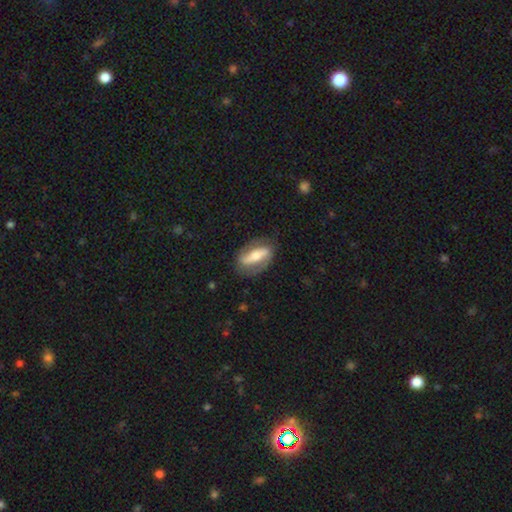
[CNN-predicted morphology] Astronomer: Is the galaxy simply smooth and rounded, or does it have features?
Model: featured or disk — 68%.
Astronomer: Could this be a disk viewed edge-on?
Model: no — 85%.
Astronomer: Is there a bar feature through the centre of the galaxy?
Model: strong — 66%.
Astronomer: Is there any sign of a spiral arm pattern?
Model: yes — 75%.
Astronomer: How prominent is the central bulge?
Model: moderate — 52% (runner-up: small, 32%).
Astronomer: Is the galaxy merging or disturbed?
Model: none — 78%.